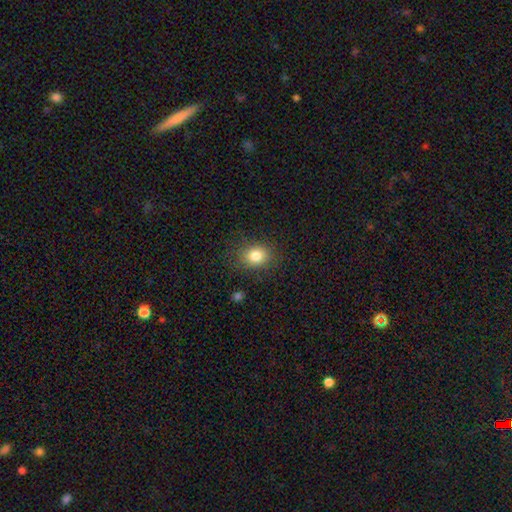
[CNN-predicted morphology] A smooth galaxy with no disk features (82%) that is round (55%).

Vote fractions:
- Smooth or featured? smooth: 82% / star or artifact: 11% / featured or disk: 7%
- How rounded? round: 55% / in between: 44% / cigar-shaped: 1%
- Merging? none: 83% / minor disturbance: 12% / major disturbance: 4% / merger: 1%